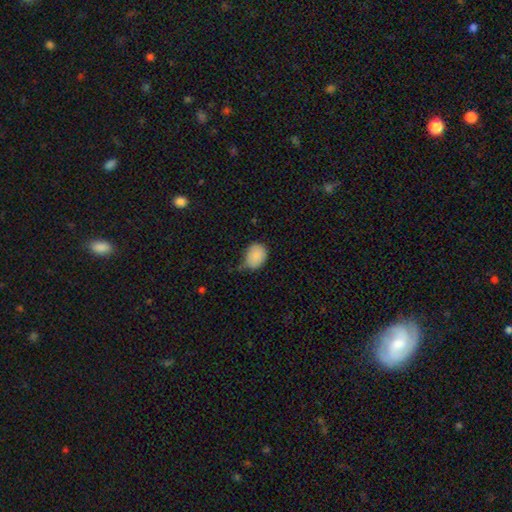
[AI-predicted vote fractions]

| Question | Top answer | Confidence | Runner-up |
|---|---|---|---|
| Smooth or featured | smooth | 87% | star or artifact (8%) |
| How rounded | in between | 58% | round (41%) |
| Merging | none | 53% | minor disturbance (38%) |